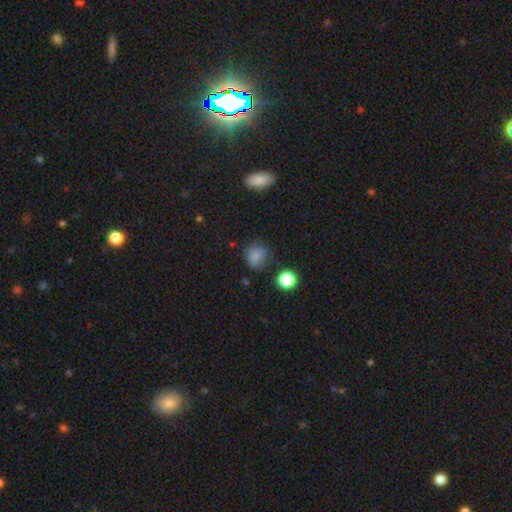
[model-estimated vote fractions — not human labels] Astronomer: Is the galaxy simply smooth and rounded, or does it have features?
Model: smooth — 79%.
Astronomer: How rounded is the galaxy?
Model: round — 72%.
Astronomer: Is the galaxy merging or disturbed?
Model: none — 74%.